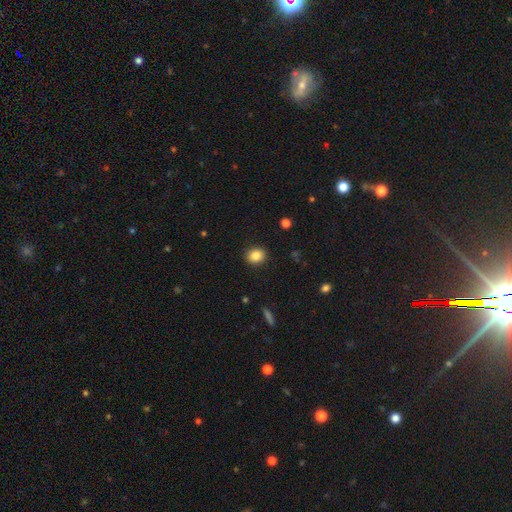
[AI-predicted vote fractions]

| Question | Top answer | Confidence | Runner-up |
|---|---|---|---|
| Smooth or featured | smooth | 86% | star or artifact (9%) |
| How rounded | round | 65% | in between (34%) |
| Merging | none | 90% | minor disturbance (7%) |